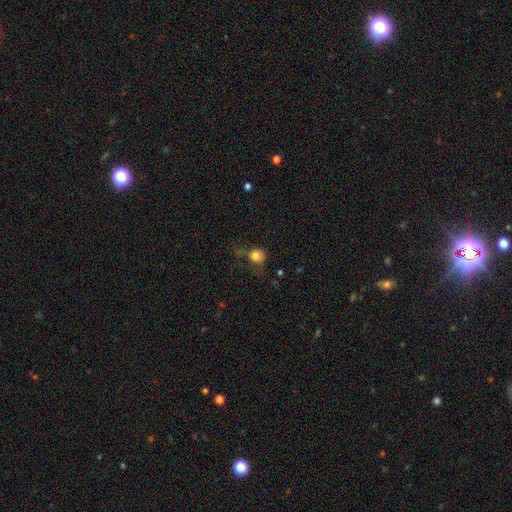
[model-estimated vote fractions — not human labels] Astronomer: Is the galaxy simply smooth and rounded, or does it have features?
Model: smooth — 79%.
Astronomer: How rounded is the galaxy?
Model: round — 79%.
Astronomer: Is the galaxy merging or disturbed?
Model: none — 48% (runner-up: minor disturbance, 24%).